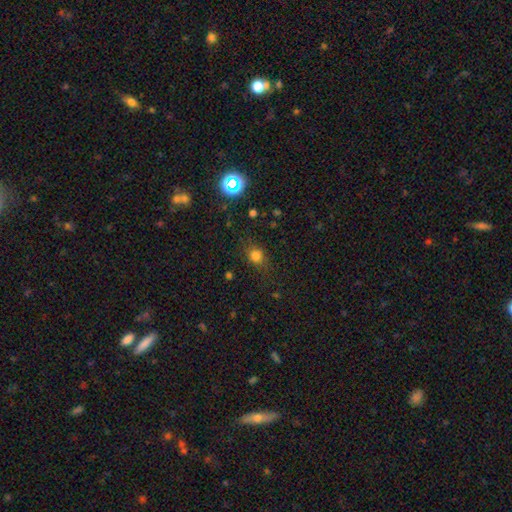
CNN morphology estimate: smooth 76%, star or artifact 18%, featured or disk 6%. Down the decision tree: how rounded — round (71%); merging — none (78%).